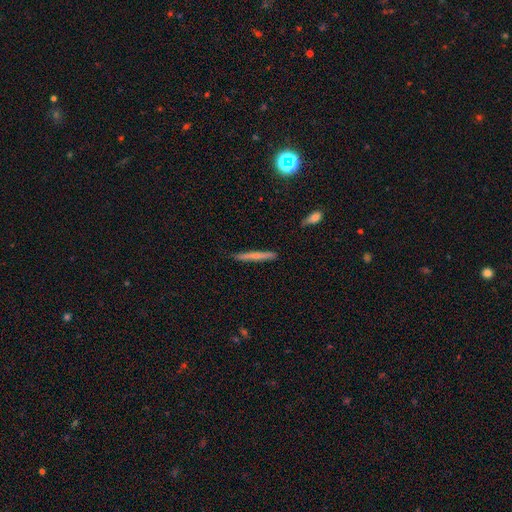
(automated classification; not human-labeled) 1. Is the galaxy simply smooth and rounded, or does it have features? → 53% smooth, 40% featured or disk, 7% star or artifact.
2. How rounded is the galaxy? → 95% cigar-shaped, 3% in between, 2% round.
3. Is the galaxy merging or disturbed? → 87% none, 10% minor disturbance, 2% major disturbance, 2% merger.